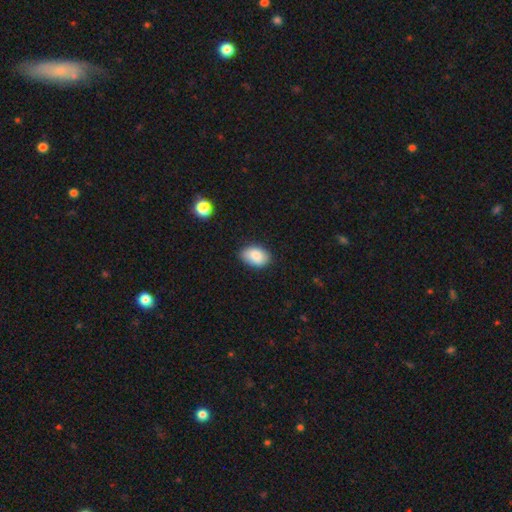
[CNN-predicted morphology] This is clearly a smooth galaxy (86%). How rounded: clearly in between (90%). Merging: clearly none (83%).